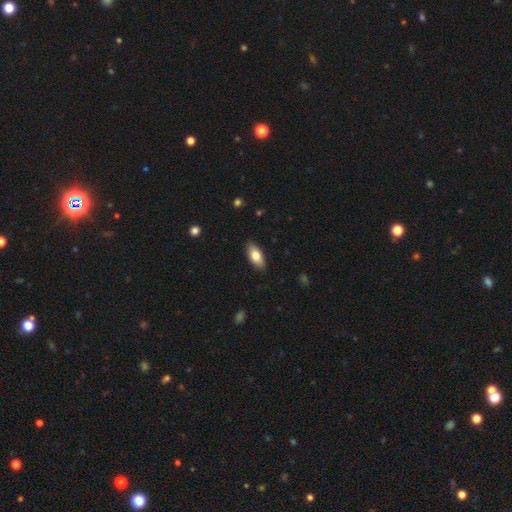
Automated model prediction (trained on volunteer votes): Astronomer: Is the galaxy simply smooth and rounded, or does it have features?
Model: smooth — 78%.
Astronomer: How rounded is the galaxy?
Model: in between — 88%.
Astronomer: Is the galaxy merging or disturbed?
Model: none — 88%.